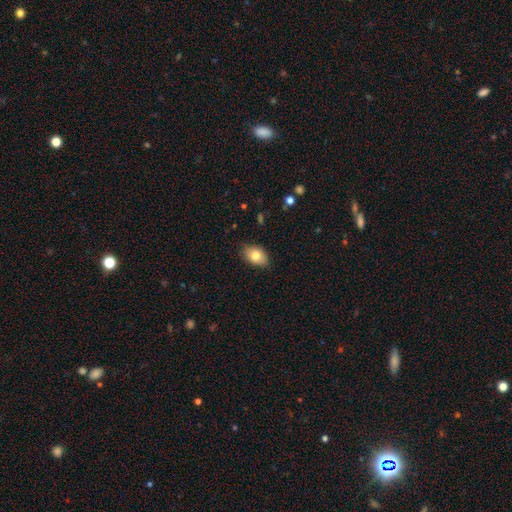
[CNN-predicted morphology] Q: Smooth or featured?
A: smooth (81%); runner-up: featured or disk (11%)
Q: How rounded?
A: in between (86%); runner-up: round (12%)
Q: Merging?
A: none (83%); runner-up: minor disturbance (14%)